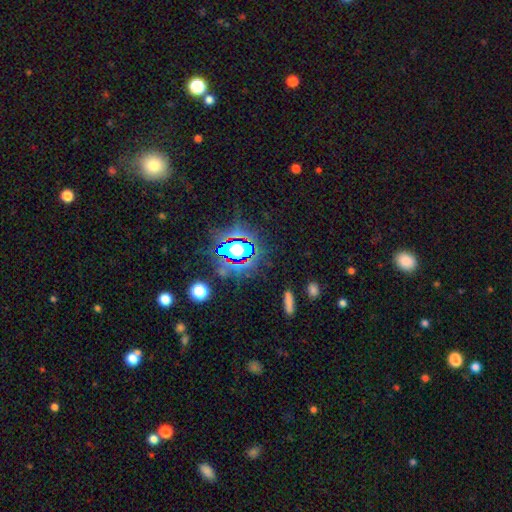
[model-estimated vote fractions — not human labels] A star or artifact, not a galaxy (81%).